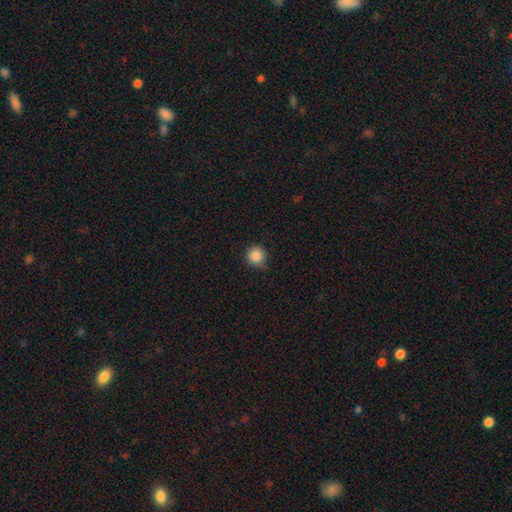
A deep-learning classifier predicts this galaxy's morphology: type=smooth (86%); roundness=round (93%); merging=none (72%).